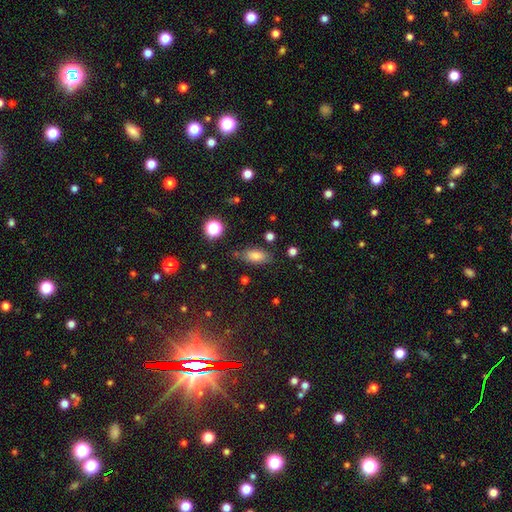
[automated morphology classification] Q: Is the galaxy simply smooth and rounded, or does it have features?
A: smooth — 79%.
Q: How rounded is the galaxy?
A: in between — 83%.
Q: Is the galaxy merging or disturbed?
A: none — 75%.